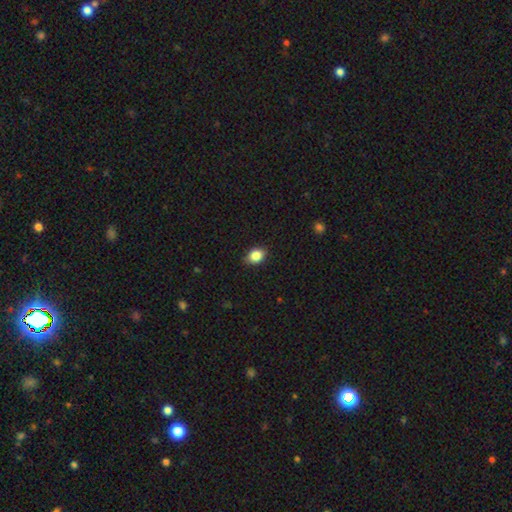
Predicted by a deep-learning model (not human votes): Q: Smooth or featured?
A: smooth (86%); runner-up: star or artifact (9%)
Q: How rounded?
A: in between (67%); runner-up: round (32%)
Q: Merging?
A: none (85%); runner-up: minor disturbance (12%)